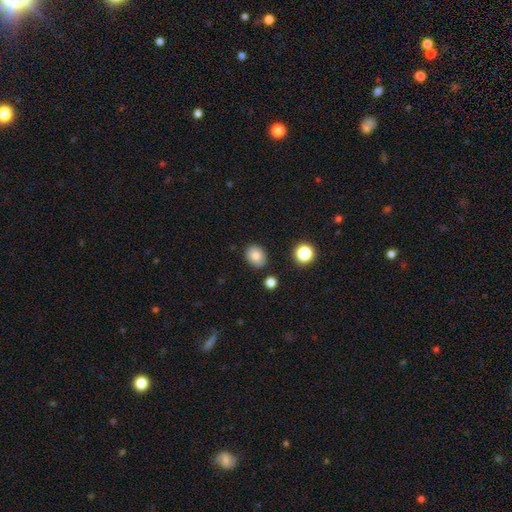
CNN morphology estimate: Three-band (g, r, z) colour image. It shows a smooth galaxy with no disk features (82%) that is in between round and cigar-shaped (54%). Merging: none (84%).